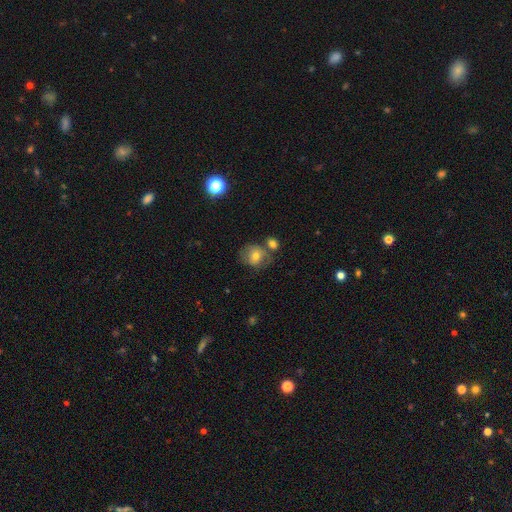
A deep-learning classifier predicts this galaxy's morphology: Smooth or featured?
  - smooth: 67% *
  - featured or disk: 23%
  - star or artifact: 10%
How rounded?
  - round: 75% *
  - in between: 24%
  - cigar-shaped: 1%
Merging?
  - none: 54% *
  - merger: 22%
  - minor disturbance: 17%
  - major disturbance: 7%